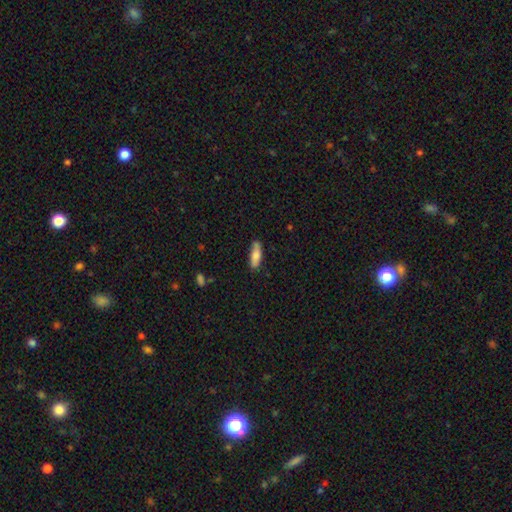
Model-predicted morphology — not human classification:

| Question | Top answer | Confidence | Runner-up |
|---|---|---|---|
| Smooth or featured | smooth | 79% | featured or disk (15%) |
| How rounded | in between | 57% | cigar-shaped (41%) |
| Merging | none | 77% | minor disturbance (18%) |